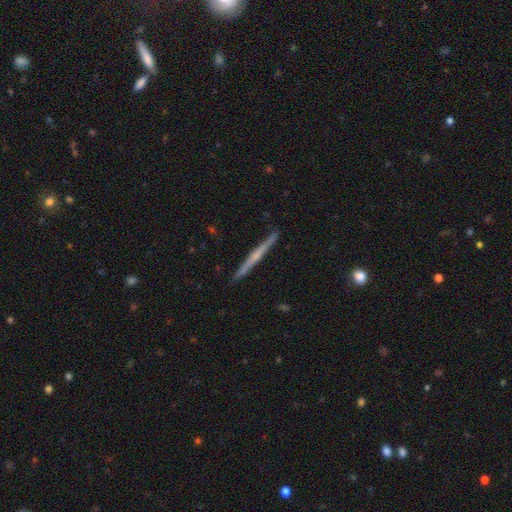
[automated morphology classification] A featured or disk galaxy (73%) viewed edge-on (98%) with a rounded central bulge (55%). Merging: none (91%).